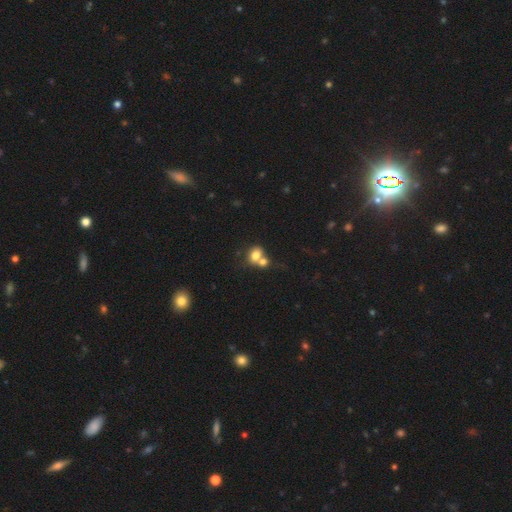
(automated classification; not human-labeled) Smooth or featured: smooth — 75% (featured or disk — 14%)
How rounded: round — 53% (in between — 46%)
Merging: merger — 60% (none — 29%)